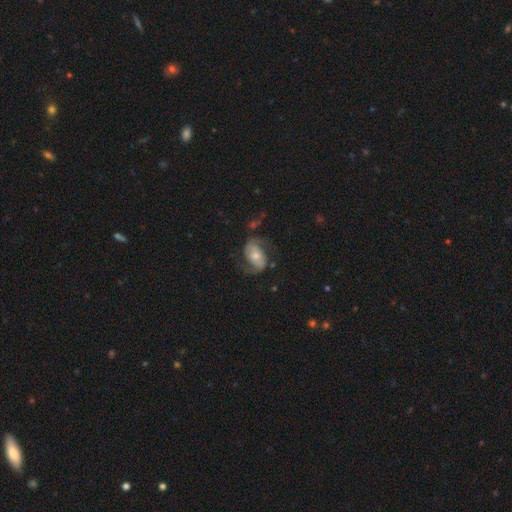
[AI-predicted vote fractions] Morphology: type=featured or disk (68%); edge-on=no (96%); bar=no (46%); spiral arms=yes (87%); winding=loose (47%); arm count=2 (89%); bulge=moderate (53%); merging=none (59%).